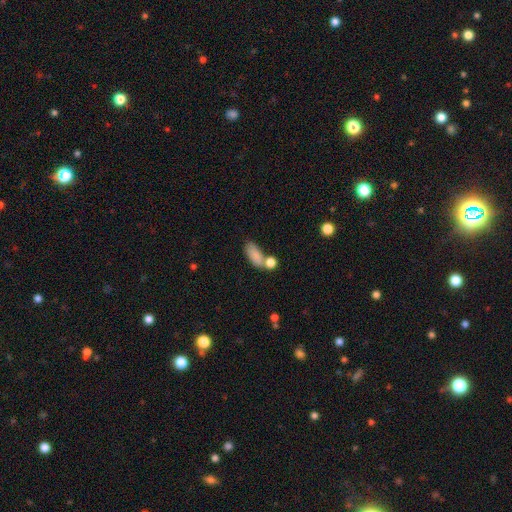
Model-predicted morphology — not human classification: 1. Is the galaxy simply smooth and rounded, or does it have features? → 83% smooth, 9% star or artifact, 9% featured or disk.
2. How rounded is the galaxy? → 81% in between, 14% cigar-shaped, 5% round.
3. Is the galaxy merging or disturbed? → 50% none, 28% merger, 15% minor disturbance, 7% major disturbance.